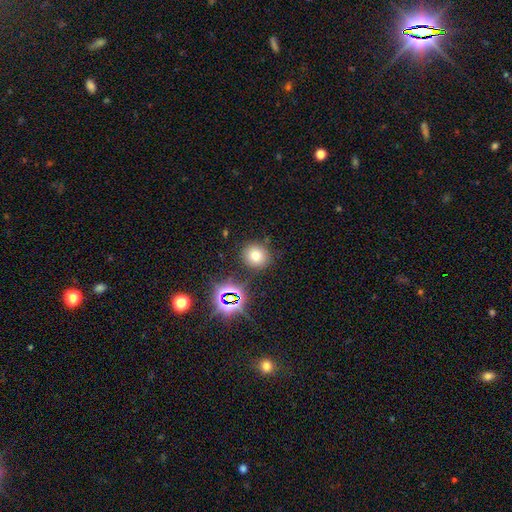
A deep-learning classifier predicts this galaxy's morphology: Smooth or featured: smooth — 69% (star or artifact — 21%)
How rounded: round — 86% (in between — 13%)
Merging: none — 85% (minor disturbance — 9%)